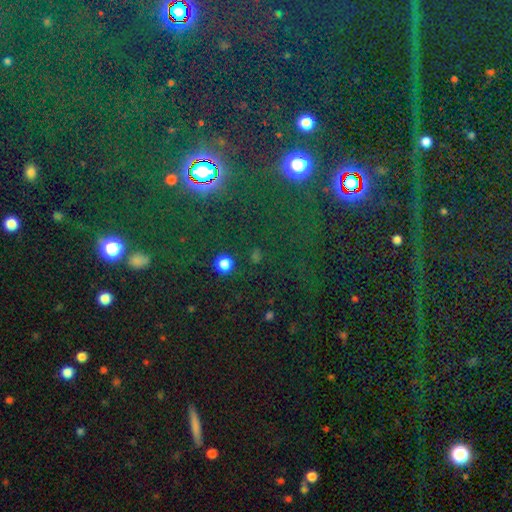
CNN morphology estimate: Smooth or featured? star or artifact (71%)